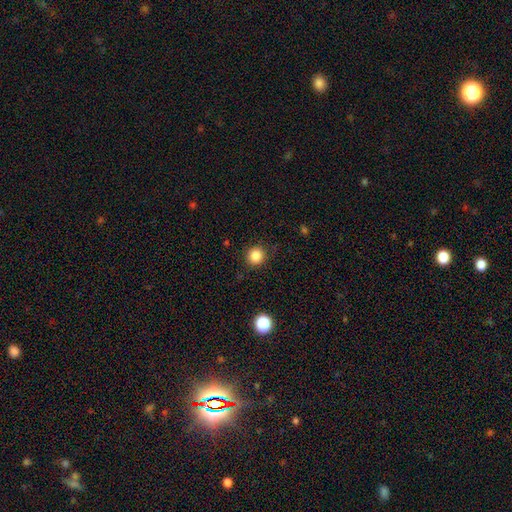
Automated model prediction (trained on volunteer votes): This is clearly a smooth galaxy (85%). How rounded: clearly round (91%). Merging: clearly none (89%).